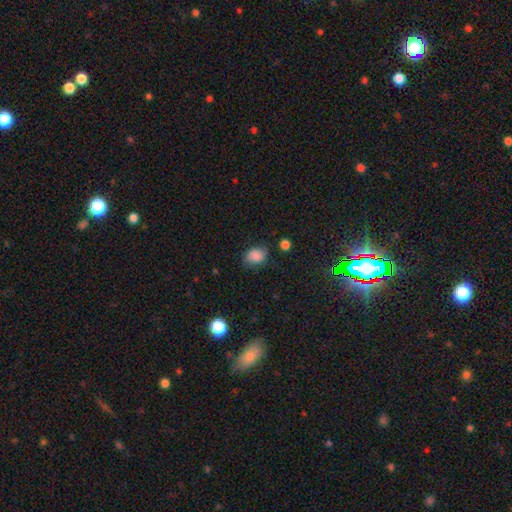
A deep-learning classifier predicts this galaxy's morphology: This is likely a smooth galaxy (79%). How rounded: likely in between (70%). Merging: likely none (70%).